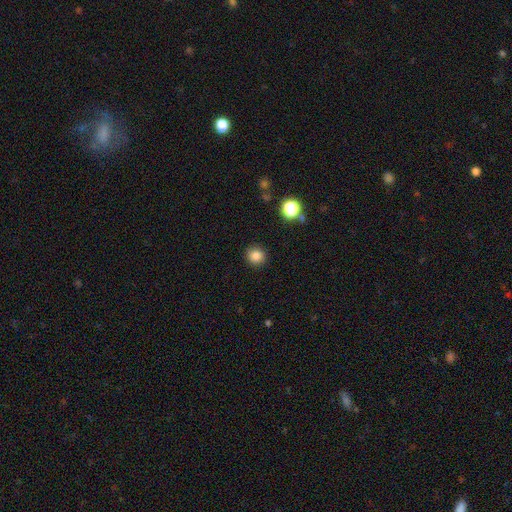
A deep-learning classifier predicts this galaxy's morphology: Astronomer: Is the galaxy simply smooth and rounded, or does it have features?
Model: smooth — 84%.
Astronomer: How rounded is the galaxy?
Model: round — 92%.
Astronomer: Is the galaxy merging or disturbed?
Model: none — 91%.